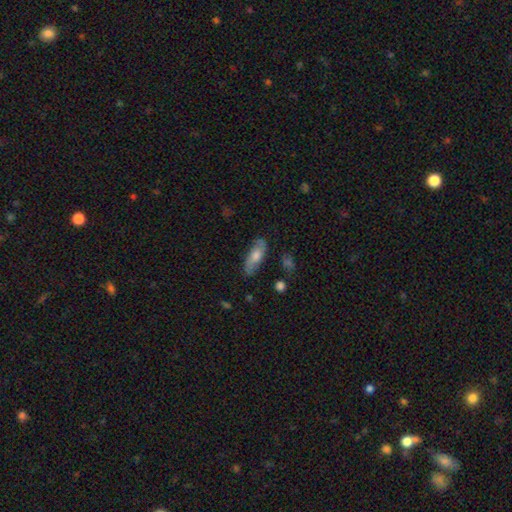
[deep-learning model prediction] Smooth or featured: smooth — 57% (featured or disk — 36%)
How rounded: in between — 66% (cigar-shaped — 31%)
Merging: none — 79% (minor disturbance — 16%)